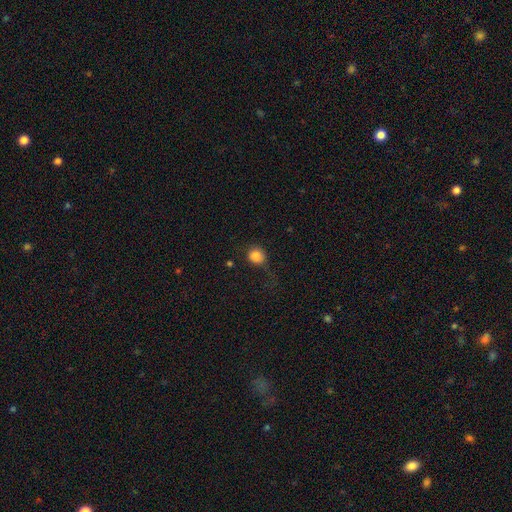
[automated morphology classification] smooth_or_featured: smooth (p=0.83) [alt: star or artifact p=0.10]
how_rounded: round (p=0.82) [alt: in between p=0.17]
merging: none (p=0.62) [alt: minor disturbance p=0.23]